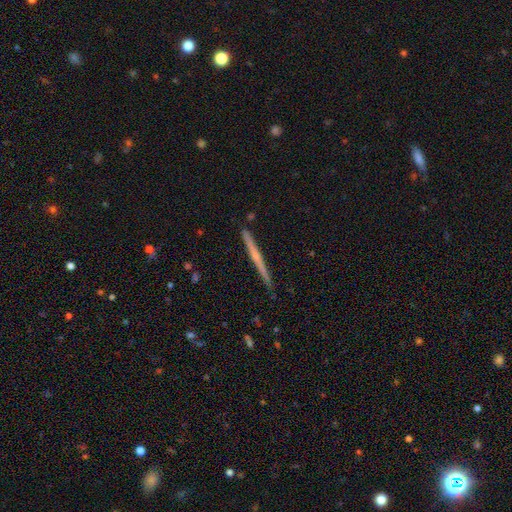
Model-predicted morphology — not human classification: type=featured or disk (62%); edge-on=yes (98%); edge-on bulge=none (63%); merging=none (89%).